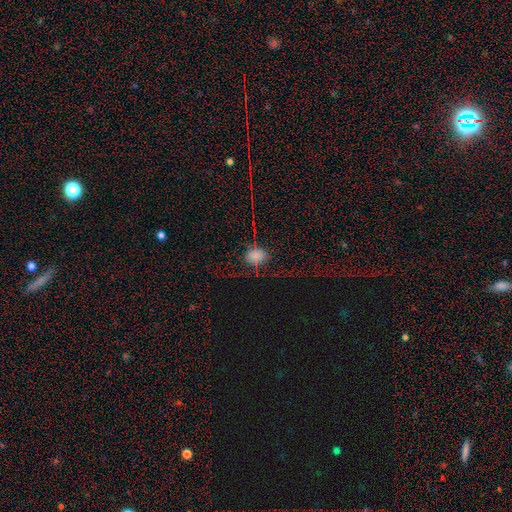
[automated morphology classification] Smooth or featured: smooth — 54% (star or artifact — 30%)
How rounded: in between — 52% (round — 45%)
Merging: none — 59% (minor disturbance — 19%)